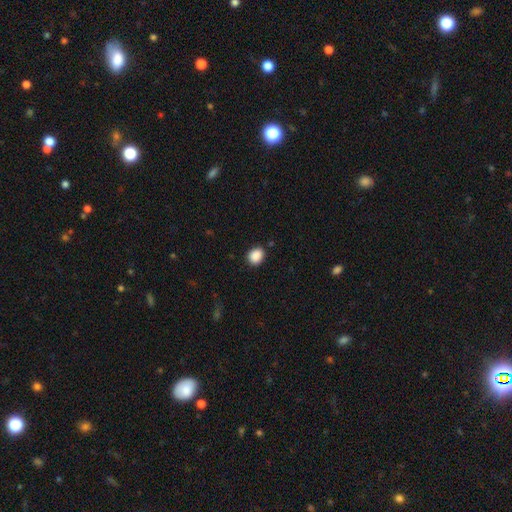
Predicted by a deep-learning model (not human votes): This is clearly a smooth galaxy (89%). How rounded: possibly round (57%). Merging: clearly none (87%).